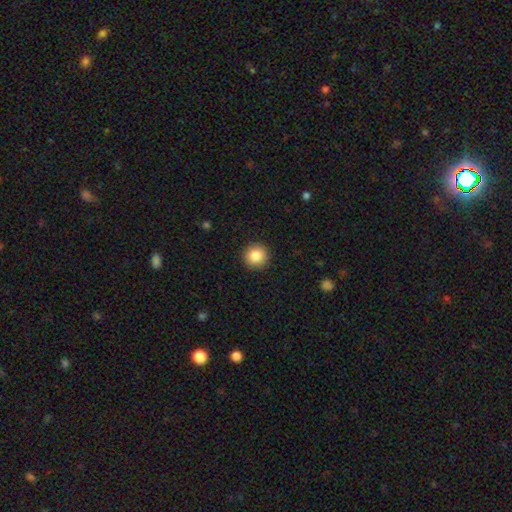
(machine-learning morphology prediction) Smooth or featured: smooth — 86% (star or artifact — 9%)
How rounded: round — 95% (in between — 4%)
Merging: none — 92% (minor disturbance — 5%)